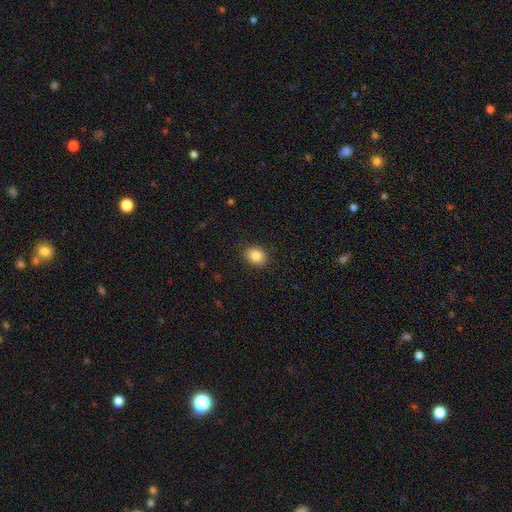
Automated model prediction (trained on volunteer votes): This is clearly a smooth galaxy (85%). How rounded: possibly in between (56%). Merging: clearly none (89%).